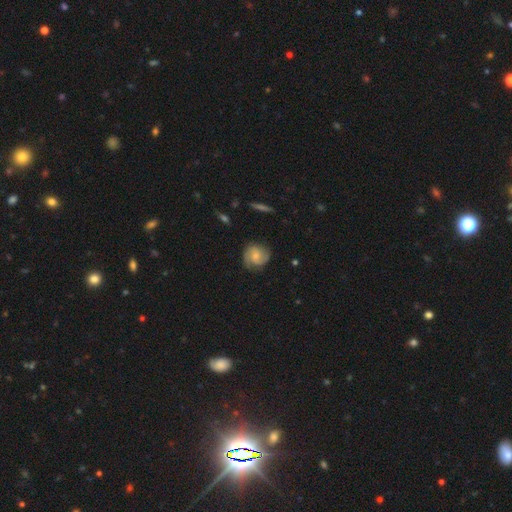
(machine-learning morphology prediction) featured or disk 62%, smooth 31%, star or artifact 7%. Down the decision tree: edge-on disk — no (97%); bar — no (58%); spiral arms — yes (93%); spiral arm count — 2 (68%); spiral winding — medium (43%); bulge size — small (52%); merging — none (76%).